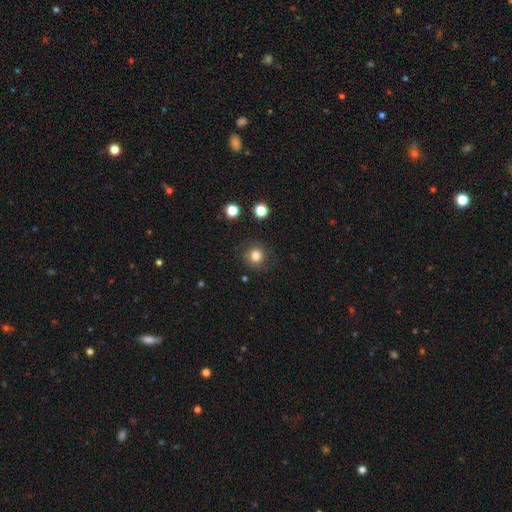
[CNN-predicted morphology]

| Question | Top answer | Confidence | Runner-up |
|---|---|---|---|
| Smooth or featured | smooth | 81% | star or artifact (12%) |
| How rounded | round | 88% | in between (11%) |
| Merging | none | 83% | minor disturbance (11%) |